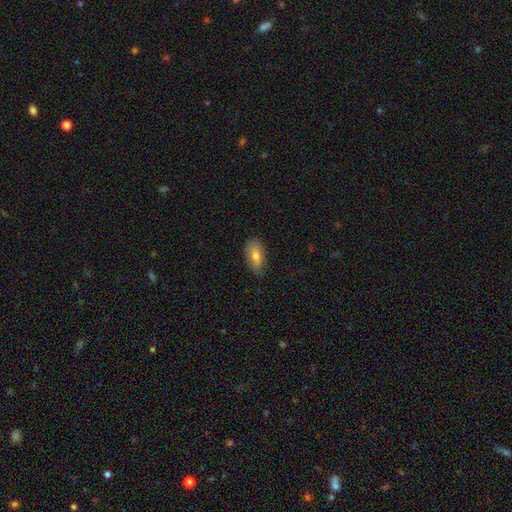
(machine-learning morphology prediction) smooth_or_featured: smooth (p=0.75) [alt: featured or disk p=0.18]
how_rounded: in between (p=0.90) [alt: cigar-shaped p=0.05]
merging: none (p=0.77) [alt: minor disturbance p=0.19]